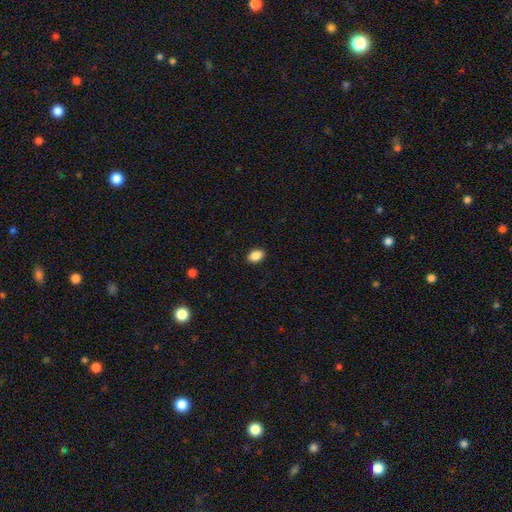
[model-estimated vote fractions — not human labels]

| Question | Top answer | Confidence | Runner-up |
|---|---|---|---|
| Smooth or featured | smooth | 88% | star or artifact (8%) |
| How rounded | in between | 85% | round (13%) |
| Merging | none | 90% | minor disturbance (8%) |